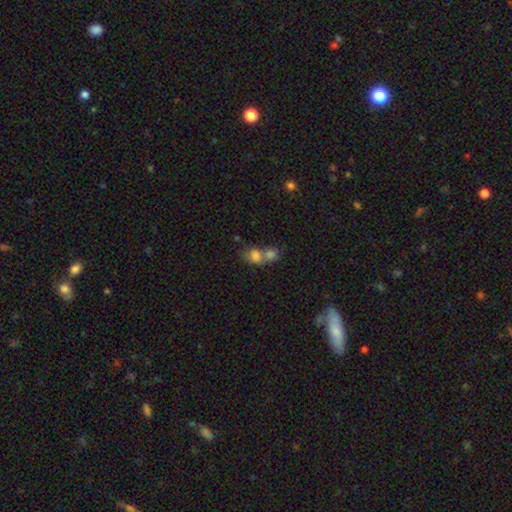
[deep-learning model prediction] smooth 78%, featured or disk 12%, star or artifact 10%. Down the decision tree: how rounded — in between (52%); merging — merger (69%).